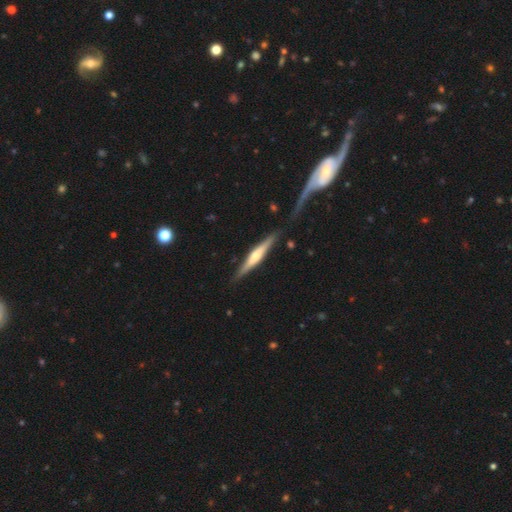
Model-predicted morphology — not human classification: The model was most divided on "smooth or featured": featured or disk: 66%, smooth: 28%, star or artifact: 6%. More confident: edge-on disk — yes (97%); merging — none (84%); edge-on bulge — rounded (78%).